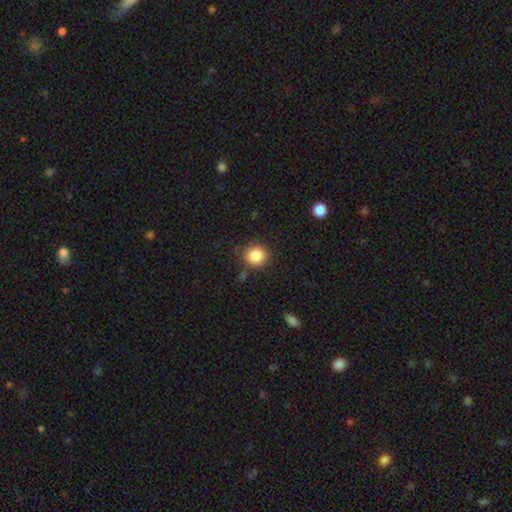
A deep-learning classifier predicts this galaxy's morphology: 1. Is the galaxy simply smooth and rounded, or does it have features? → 86% smooth, 10% star or artifact, 4% featured or disk.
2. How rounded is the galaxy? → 86% round, 13% in between, 1% cigar-shaped.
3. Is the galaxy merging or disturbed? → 84% none, 10% minor disturbance, 3% major disturbance, 3% merger.